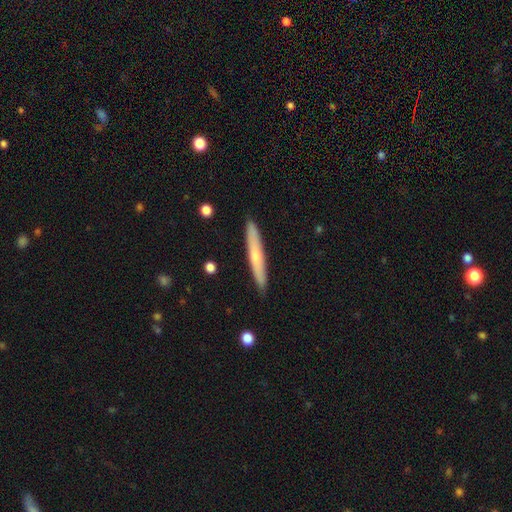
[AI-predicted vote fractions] Smooth or featured?
  - smooth: 57% *
  - featured or disk: 37%
  - star or artifact: 6%
How rounded?
  - cigar-shaped: 95% *
  - in between: 4%
  - round: 1%
Merging?
  - none: 90% *
  - minor disturbance: 7%
  - major disturbance: 1%
  - merger: 1%